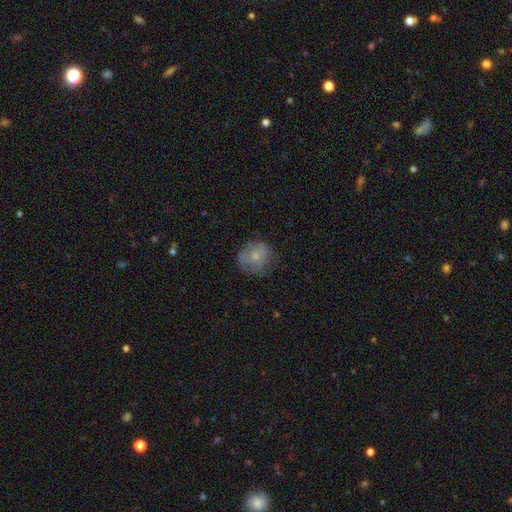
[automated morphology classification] A smooth galaxy with no disk features (64%) that is round (78%). Merging: none (59%).